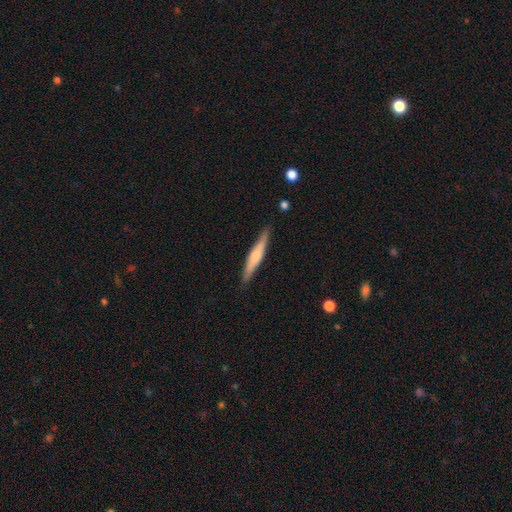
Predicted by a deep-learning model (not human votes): Overall: featured or disk (56%; smooth 39%). Edge-on disk: yes (95%). Edge-on bulge: rounded (82%). Merging: none (89%).